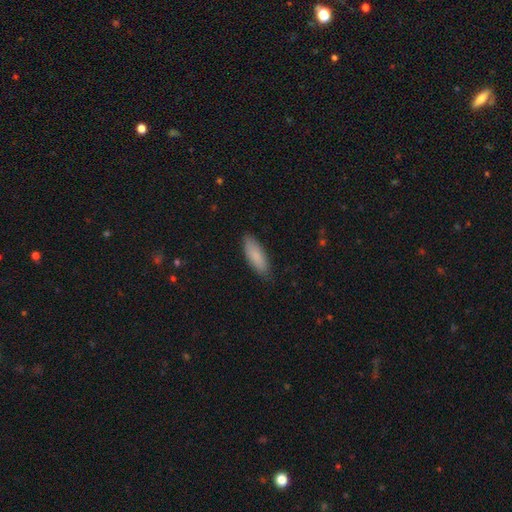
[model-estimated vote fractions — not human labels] Smooth or featured?
  - smooth: 86% *
  - featured or disk: 8%
  - star or artifact: 6%
How rounded?
  - in between: 61% *
  - cigar-shaped: 37%
  - round: 2%
Merging?
  - none: 85% *
  - minor disturbance: 12%
  - major disturbance: 2%
  - merger: 1%